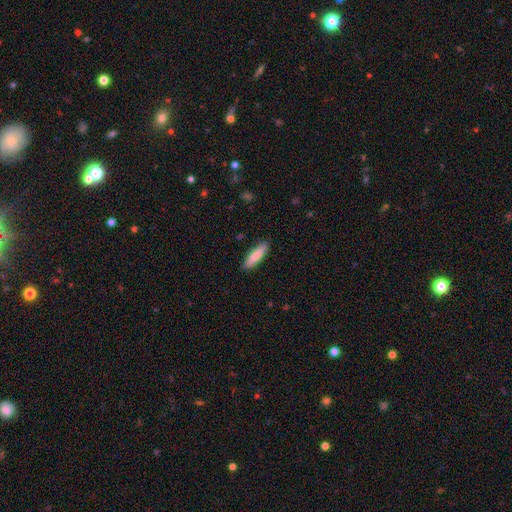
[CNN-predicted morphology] Overall: smooth (83%). How rounded: cigar-shaped (68%; in between 30%). Merging: none (88%).